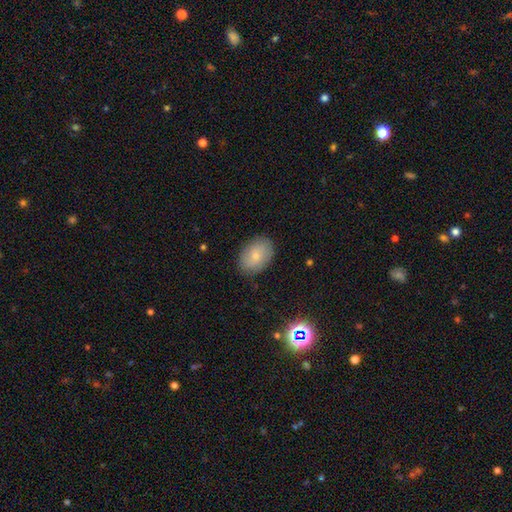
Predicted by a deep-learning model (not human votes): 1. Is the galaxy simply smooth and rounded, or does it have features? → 76% smooth, 16% featured or disk, 8% star or artifact.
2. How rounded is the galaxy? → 82% in between, 16% round, 1% cigar-shaped.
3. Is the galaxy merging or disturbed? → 84% none, 12% minor disturbance, 3% major disturbance, 1% merger.